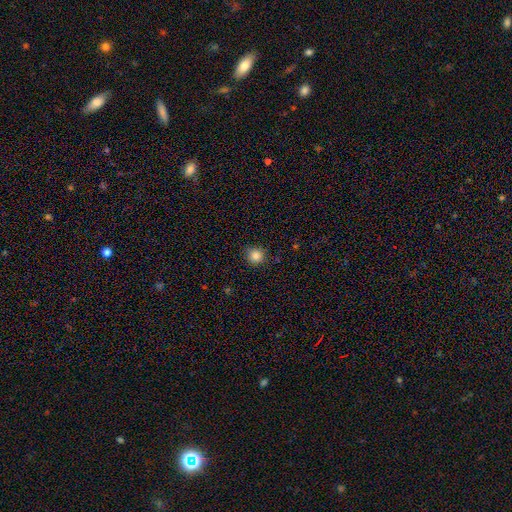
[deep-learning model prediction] smooth 85%, star or artifact 11%, featured or disk 4%. Down the decision tree: how rounded — round (94%); merging — none (89%).